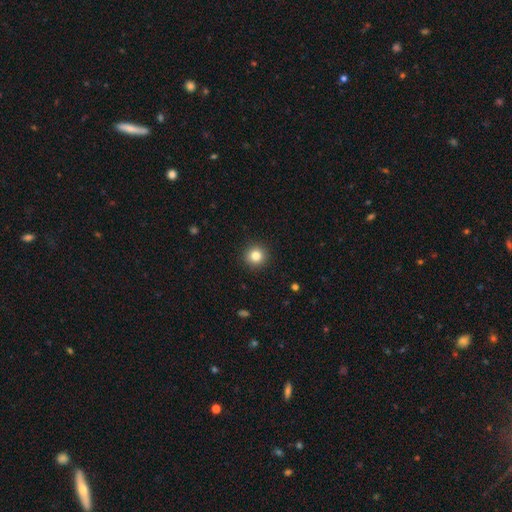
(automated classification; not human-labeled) smooth-or-featured: smooth: 83% | star or artifact: 11% | featured or disk: 6%
  how-rounded: round: 94% | in between: 5% | cigar-shaped: 1%
  merging: none: 92% | minor disturbance: 5% | major disturbance: 2% | merger: 1%